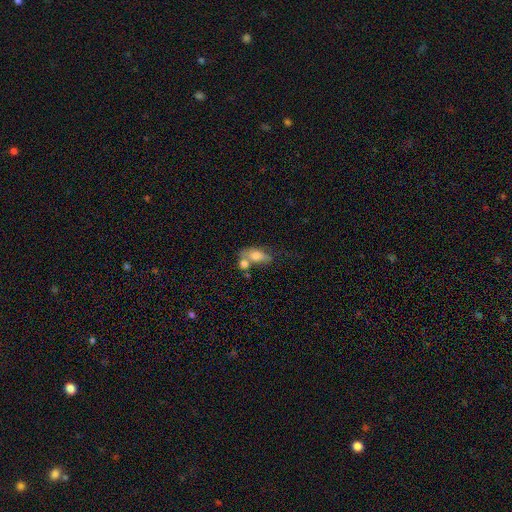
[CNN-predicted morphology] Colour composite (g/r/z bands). It shows a smooth galaxy with no disk features (69%) that is in between round and cigar-shaped (82%). Merging: merger (45%).